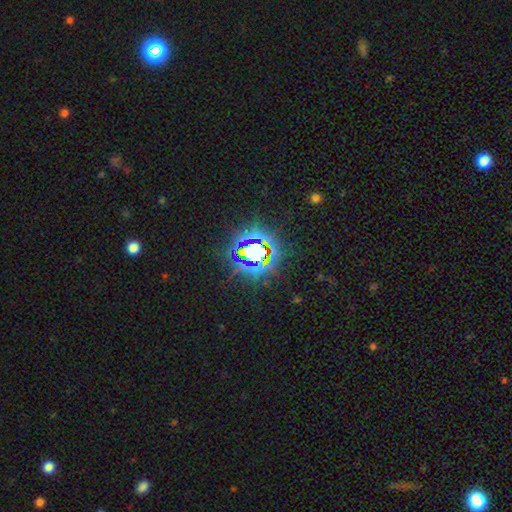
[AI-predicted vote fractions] A star or artifact, not a galaxy (75%).

Vote fractions:
- Smooth or featured? star or artifact: 75% / smooth: 15% / featured or disk: 10%